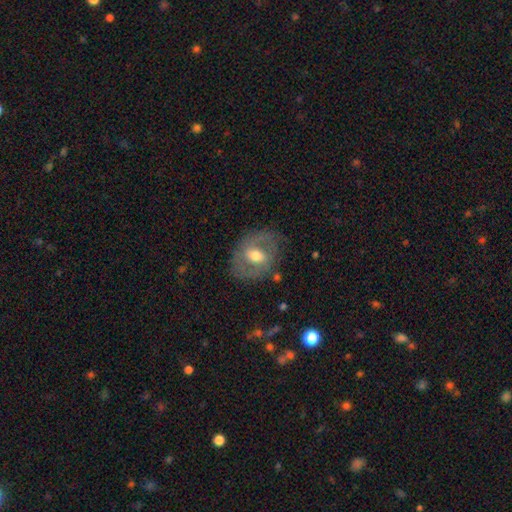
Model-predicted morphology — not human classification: featured or disk 58%, smooth 35%, star or artifact 7%. Down the decision tree: edge-on disk — no (95%); bar — weak (45%); spiral arms — yes (52%); bulge size — moderate (73%); merging — none (72%).